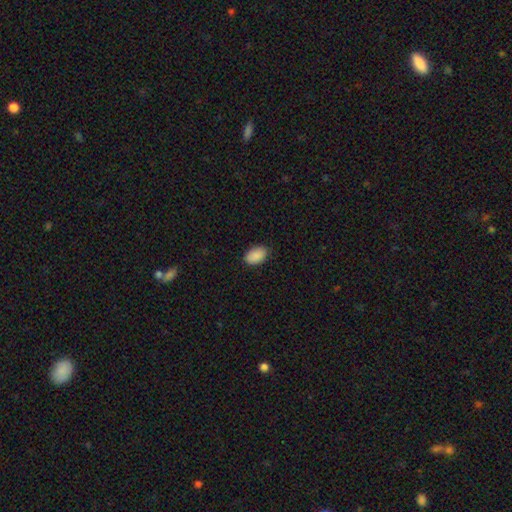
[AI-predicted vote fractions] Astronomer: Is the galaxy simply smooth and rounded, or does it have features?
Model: smooth — 91%.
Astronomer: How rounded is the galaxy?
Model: in between — 92%.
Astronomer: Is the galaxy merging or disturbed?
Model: none — 87%.